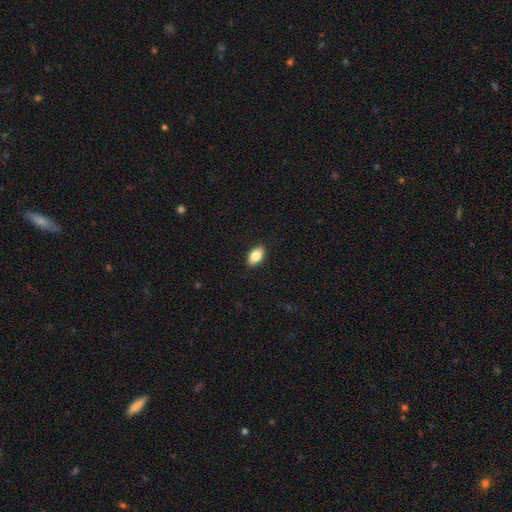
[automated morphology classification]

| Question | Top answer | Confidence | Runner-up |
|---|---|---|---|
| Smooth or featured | smooth | 83% | featured or disk (10%) |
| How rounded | in between | 92% | round (5%) |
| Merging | none | 90% | minor disturbance (7%) |